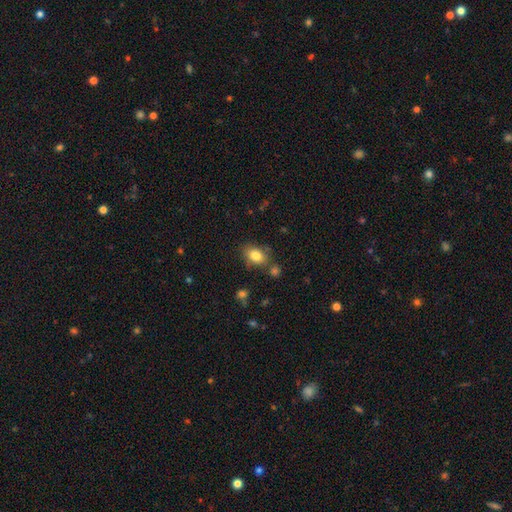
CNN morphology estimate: Smooth or featured?
  - smooth: 82% *
  - star or artifact: 9%
  - featured or disk: 9%
How rounded?
  - in between: 79% *
  - round: 20%
  - cigar-shaped: 2%
Merging?
  - none: 71% *
  - minor disturbance: 16%
  - merger: 9%
  - major disturbance: 4%